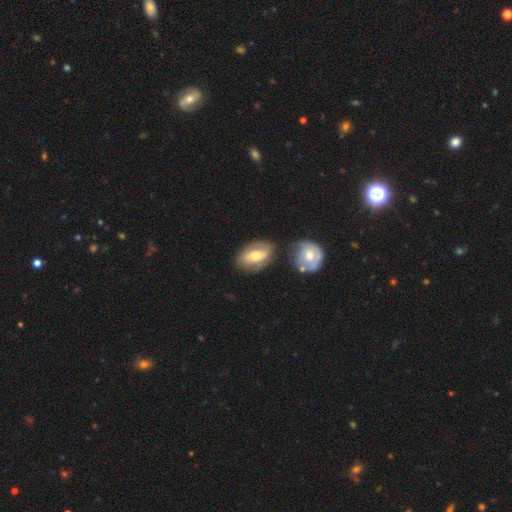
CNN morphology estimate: featured or disk 49%, smooth 45%, star or artifact 6%. Down the decision tree: merging — none (66%).